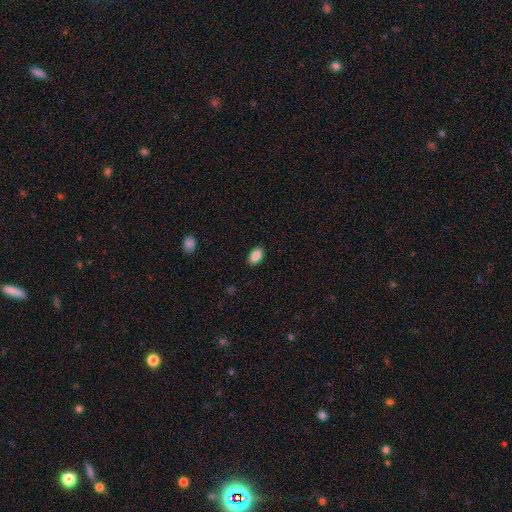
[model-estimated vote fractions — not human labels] Smooth or featured? smooth (88%)
How rounded? in between (92%)
Merging? none (89%)